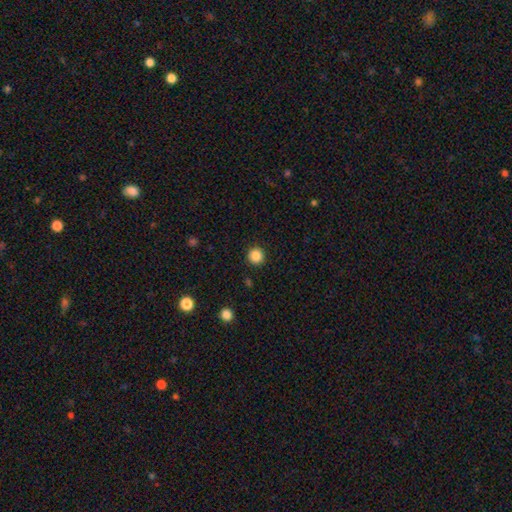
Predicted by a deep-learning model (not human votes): smooth-or-featured: smooth: 87% | star or artifact: 10% | featured or disk: 3%
  how-rounded: round: 95% | in between: 4% | cigar-shaped: 1%
  merging: none: 92% | minor disturbance: 5% | major disturbance: 2% | merger: 1%